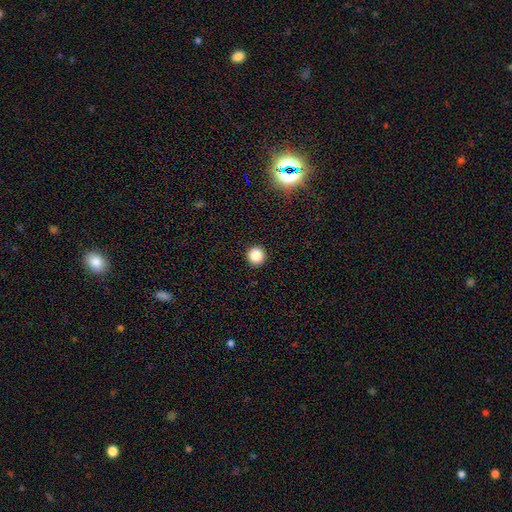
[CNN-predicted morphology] A smooth galaxy with no disk features (87%) that is round (95%). Merging: none (93%).